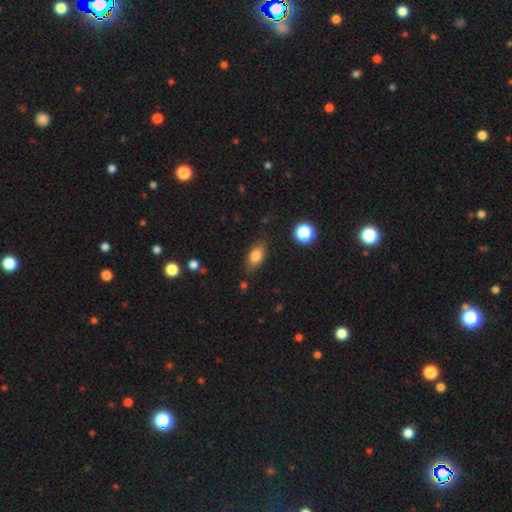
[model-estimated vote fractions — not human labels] Smooth or featured?
  - smooth: 79% *
  - featured or disk: 12%
  - star or artifact: 9%
How rounded?
  - in between: 84% *
  - round: 8%
  - cigar-shaped: 7%
Merging?
  - none: 80% *
  - minor disturbance: 14%
  - major disturbance: 3%
  - merger: 2%